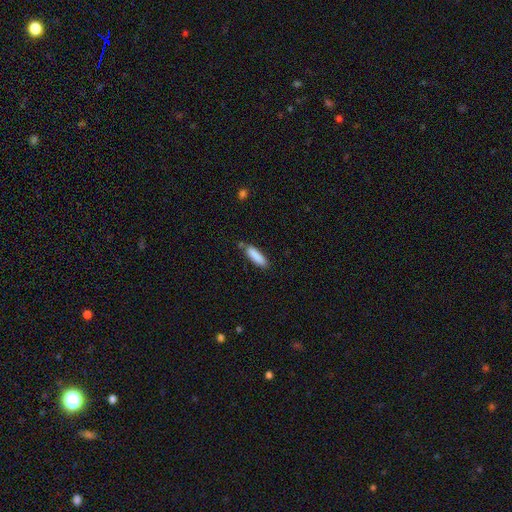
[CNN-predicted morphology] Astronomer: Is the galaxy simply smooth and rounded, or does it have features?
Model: smooth — 87%.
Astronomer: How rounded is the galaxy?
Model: cigar-shaped — 63%.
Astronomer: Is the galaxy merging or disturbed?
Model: none — 77%.